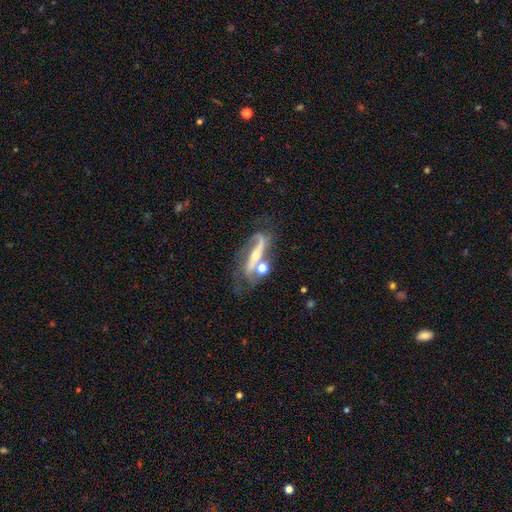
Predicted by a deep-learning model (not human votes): The model was most divided on "bulge size" (2-way tie): moderate: 46%, small: 46%, large: 3%, none: 3%, dominant: 2%. Remaining: spiral arms — yes (88%); smooth or featured — featured or disk (81%); spiral arm count — 2 (81%); edge-on disk — no (77%); spiral winding — loose (57%); bar — strong (51%); merging — none (46%).